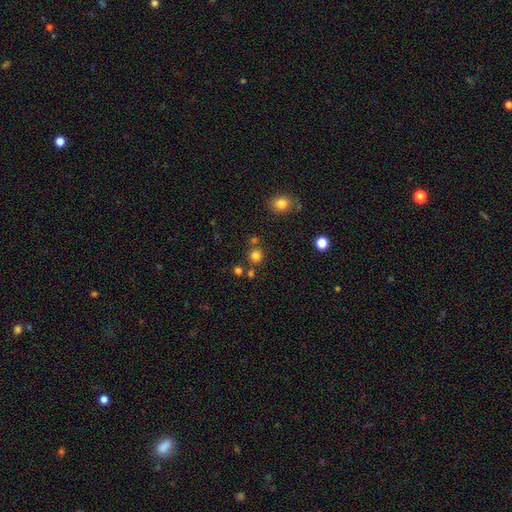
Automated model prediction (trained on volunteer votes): The model was most divided on "smooth or featured": smooth: 78%, star or artifact: 17%, featured or disk: 6%. More confident: how rounded — round (92%); merging — none (76%).